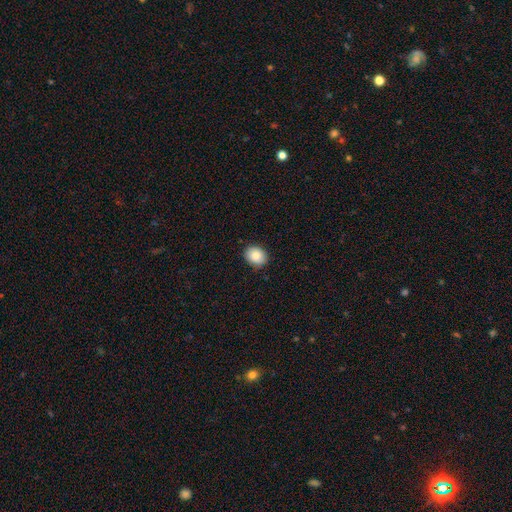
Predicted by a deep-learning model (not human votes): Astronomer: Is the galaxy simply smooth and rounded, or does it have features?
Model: smooth — 85%.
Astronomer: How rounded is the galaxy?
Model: round — 56% (runner-up: in between, 43%).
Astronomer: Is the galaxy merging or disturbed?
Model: none — 89%.